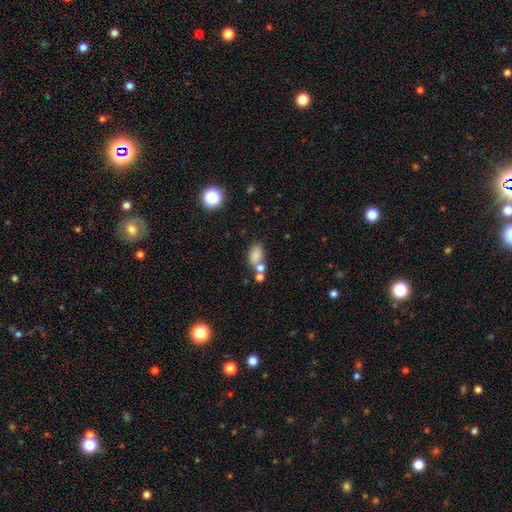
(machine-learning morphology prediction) Q: Smooth or featured?
A: smooth (78%); runner-up: star or artifact (12%)
Q: How rounded?
A: in between (87%); runner-up: round (10%)
Q: Merging?
A: none (50%); runner-up: merger (29%)